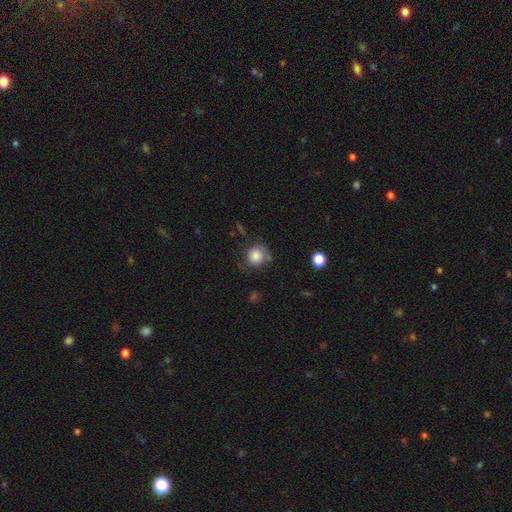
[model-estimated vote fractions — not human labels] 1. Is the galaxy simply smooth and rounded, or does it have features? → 81% smooth, 10% featured or disk, 9% star or artifact.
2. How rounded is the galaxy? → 86% round, 13% in between, 1% cigar-shaped.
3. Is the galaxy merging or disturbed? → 61% none, 25% minor disturbance, 11% major disturbance, 3% merger.